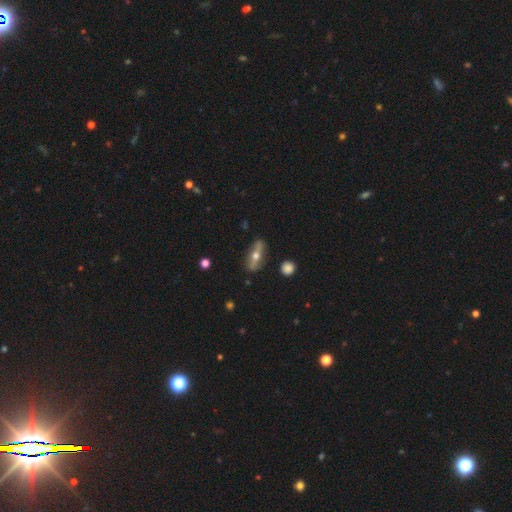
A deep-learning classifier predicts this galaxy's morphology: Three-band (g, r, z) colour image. It shows a featured or disk galaxy (57%) viewed edge-on (67%). Merging: none (82%).